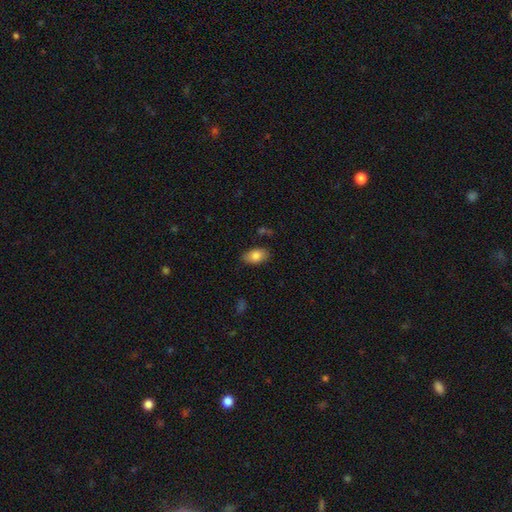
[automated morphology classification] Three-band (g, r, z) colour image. It shows a smooth galaxy with no disk features (84%) that is in between round and cigar-shaped (92%). Merging: none (83%).